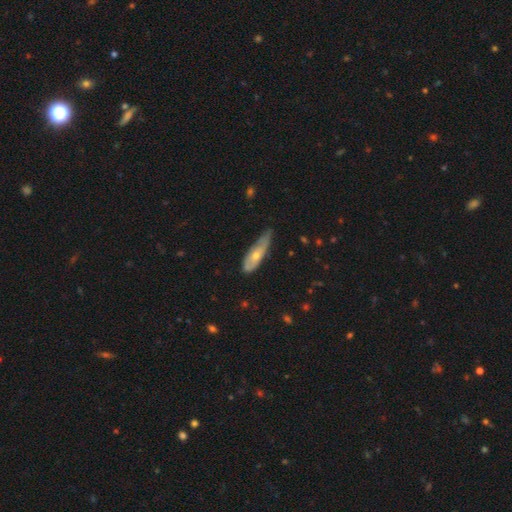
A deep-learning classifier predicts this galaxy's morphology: smooth-or-featured: smooth: 50% | featured or disk: 43% | star or artifact: 7%
  how-rounded: cigar-shaped: 56% | in between: 42% | round: 2%
  merging: none: 48% | minor disturbance: 40% | major disturbance: 10% | merger: 2%